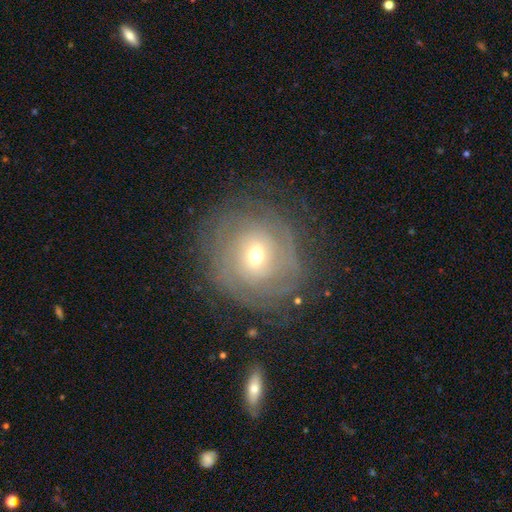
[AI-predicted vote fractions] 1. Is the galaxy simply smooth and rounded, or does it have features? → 70% featured or disk, 20% smooth, 9% star or artifact.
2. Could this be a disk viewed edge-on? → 96% no, 4% yes.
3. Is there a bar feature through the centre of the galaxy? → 54% no, 36% weak, 10% strong.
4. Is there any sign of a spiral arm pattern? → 83% yes, 17% no.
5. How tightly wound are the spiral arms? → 71% tight, 21% medium, 8% loose.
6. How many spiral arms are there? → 50% can't tell, 21% 2, 12% 3, 7% 4, 5% more than 4, 5% 1.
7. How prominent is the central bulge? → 54% moderate, 41% small, 4% large, 1% dominant, 1% none.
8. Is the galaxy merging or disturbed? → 73% none, 16% minor disturbance, 9% major disturbance, 1% merger.